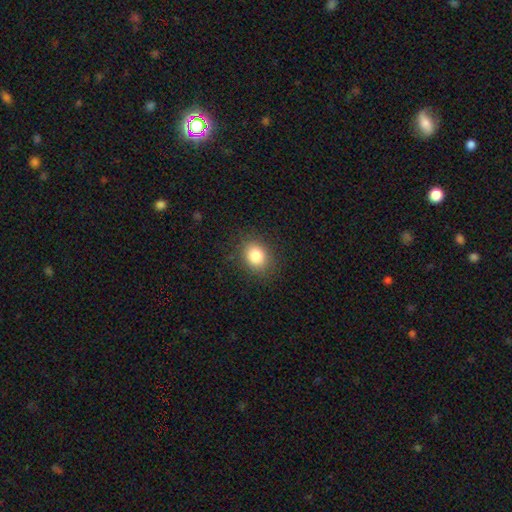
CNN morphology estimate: The model was most divided on "how rounded": round: 54%, in between: 46%, cigar-shaped: 1%. More confident: merging — none (86%); smooth or featured — smooth (84%).